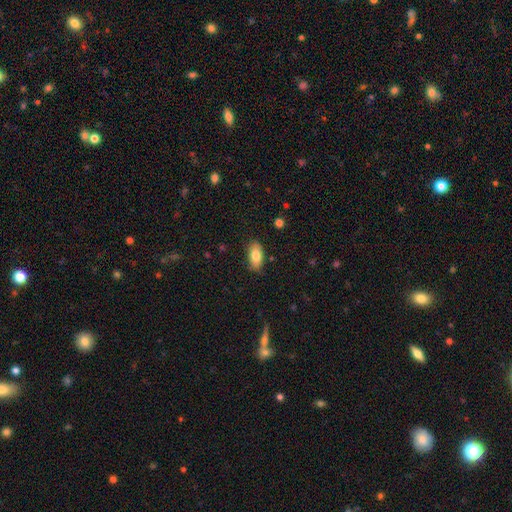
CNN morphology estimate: type=smooth (81%); roundness=in between (91%); merging=none (83%).